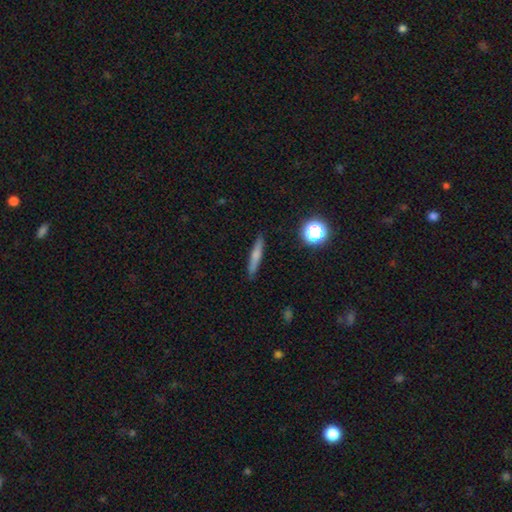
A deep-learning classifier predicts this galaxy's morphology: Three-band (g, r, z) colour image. It shows a smooth galaxy with no disk features (61%) that is cigar-shaped (88%). Merging: none (89%).